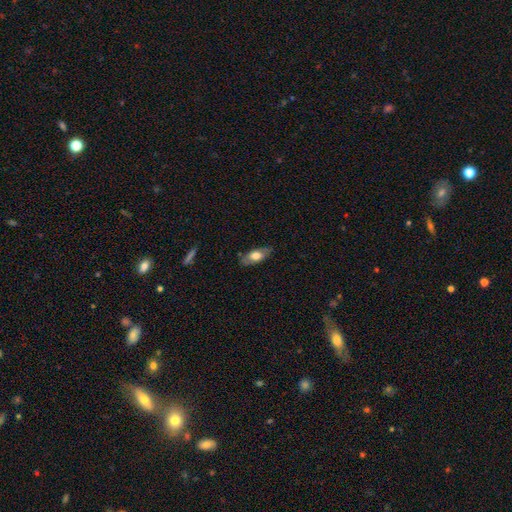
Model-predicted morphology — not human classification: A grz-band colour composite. It shows a smooth galaxy with no disk features (62%) that is in between round and cigar-shaped (84%). Merging: none (81%).